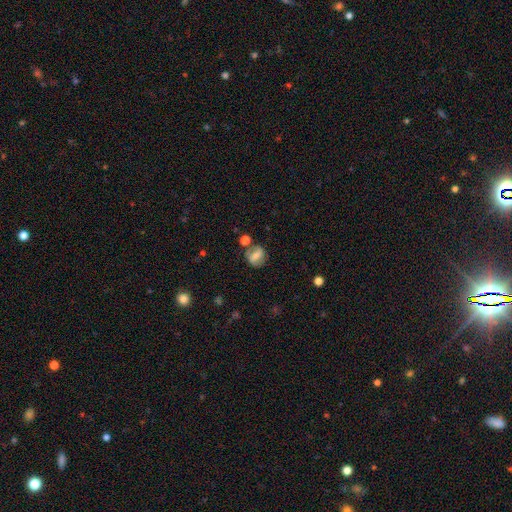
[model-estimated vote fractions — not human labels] smooth_or_featured: smooth (p=0.49) [alt: featured or disk p=0.40]
merging: none (p=0.62) [alt: minor disturbance p=0.17]